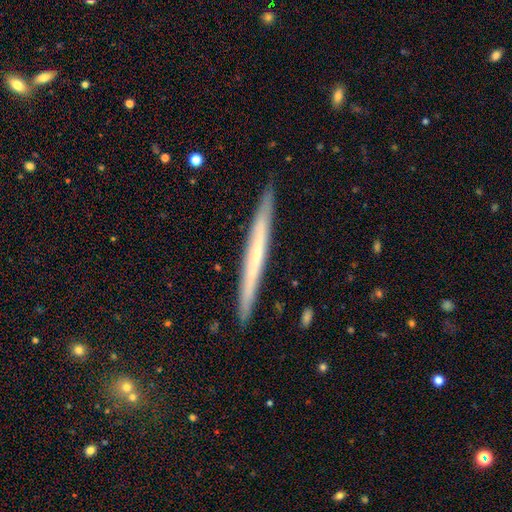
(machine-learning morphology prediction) Smooth or featured? Predicted: featured or disk (p=0.53). Edge-on disk? Predicted: yes (p=0.96). Edge-on bulge? Predicted: none (p=0.81). Merging? Predicted: none (p=0.91).